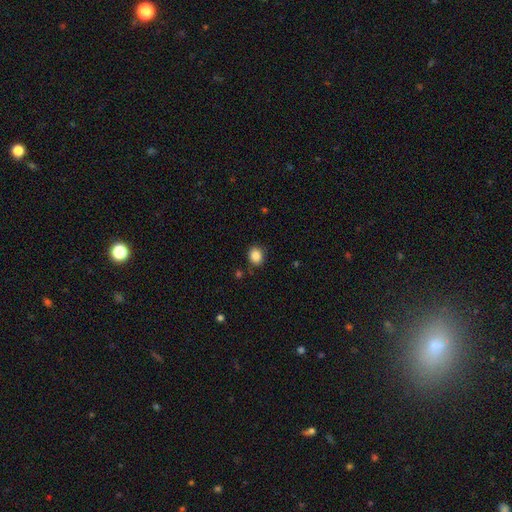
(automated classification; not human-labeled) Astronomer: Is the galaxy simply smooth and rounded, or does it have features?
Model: smooth — 87%.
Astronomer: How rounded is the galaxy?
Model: round — 67%.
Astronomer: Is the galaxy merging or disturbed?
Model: none — 85%.